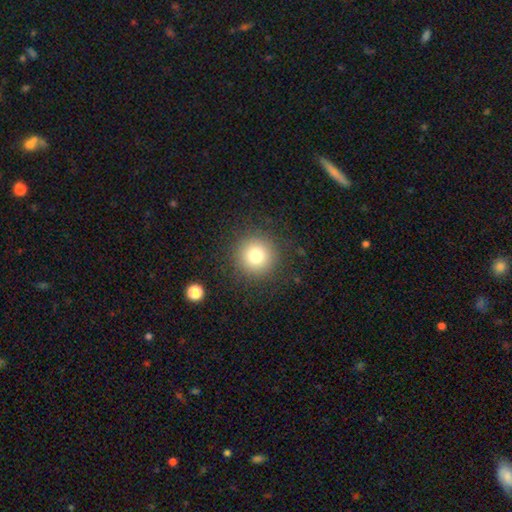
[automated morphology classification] Overall: smooth (78%). How rounded: round (95%). Merging: none (90%).